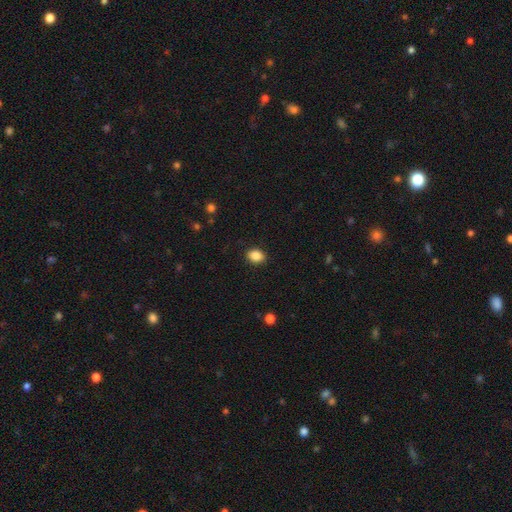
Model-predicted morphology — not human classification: type=smooth (88%); roundness=in between (65%); merging=none (89%).